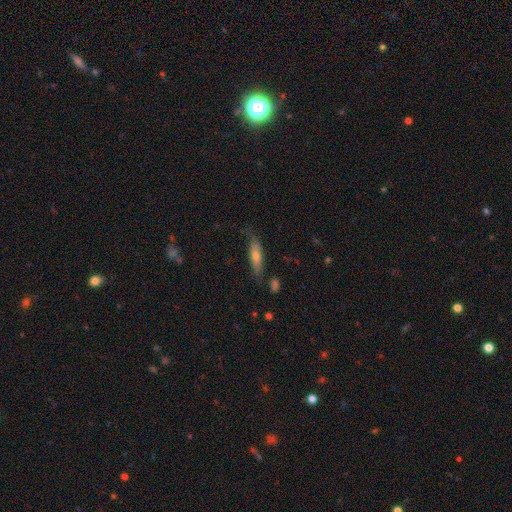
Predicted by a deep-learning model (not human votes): This is possibly a smooth galaxy (50%). How rounded: likely cigar-shaped (76%). Merging: likely none (71%).